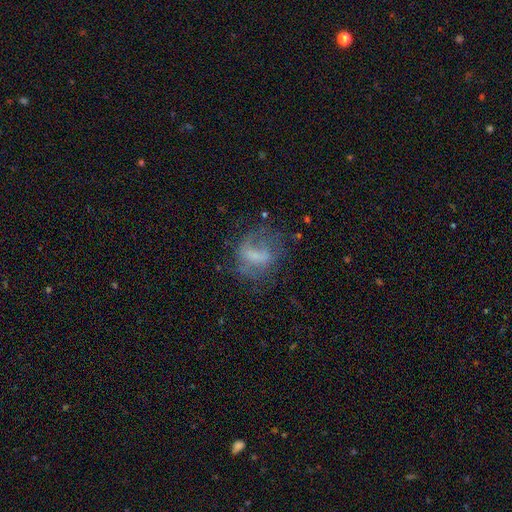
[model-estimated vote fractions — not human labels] Overall: featured or disk (49%; smooth 39%). Merging: none (46%; major disturbance 28%).